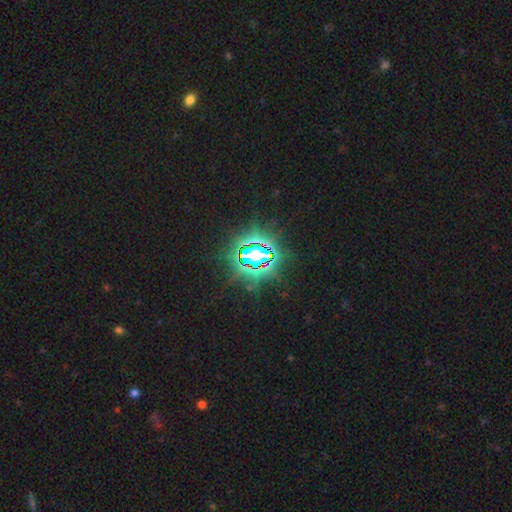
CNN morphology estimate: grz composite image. It shows a star or artifact, not a galaxy (83%).